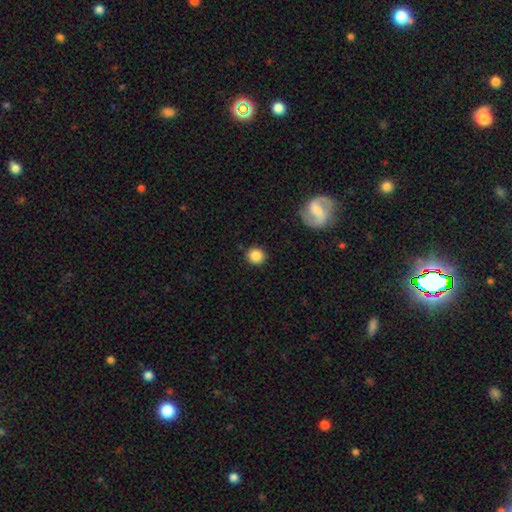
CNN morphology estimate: Smooth or featured?
  - smooth: 86% *
  - star or artifact: 9%
  - featured or disk: 5%
How rounded?
  - round: 92% *
  - in between: 7%
  - cigar-shaped: 1%
Merging?
  - none: 90% *
  - minor disturbance: 6%
  - major disturbance: 2%
  - merger: 2%